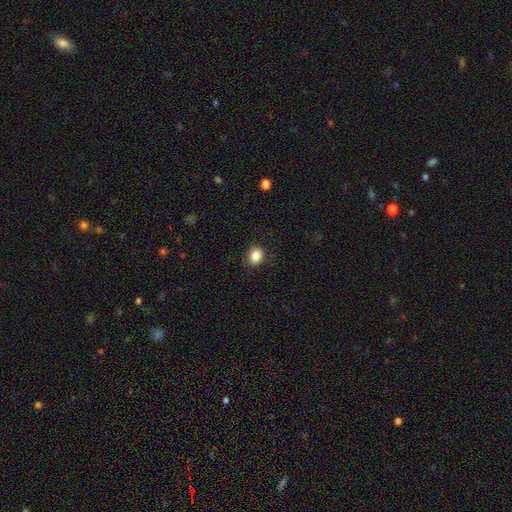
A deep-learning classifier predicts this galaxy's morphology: This is clearly a smooth galaxy (86%). How rounded: possibly round (58%). Merging: clearly none (85%).